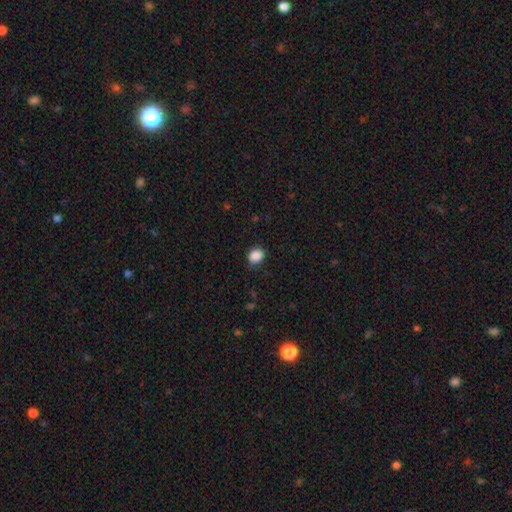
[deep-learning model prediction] This is clearly a smooth galaxy (88%). How rounded: likely round (62%). Merging: clearly none (84%).